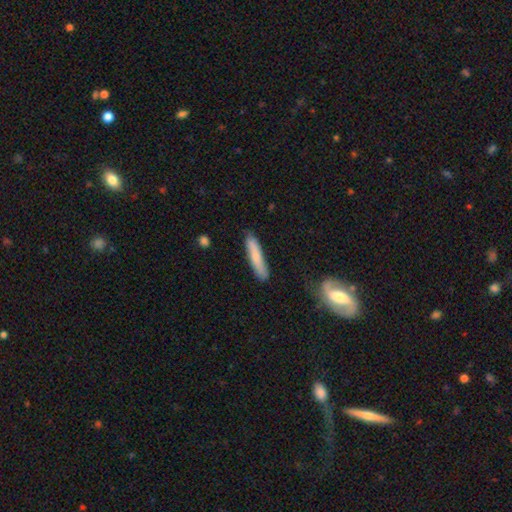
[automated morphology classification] Smooth or featured? smooth (71%)
How rounded? cigar-shaped (89%)
Merging? none (84%)